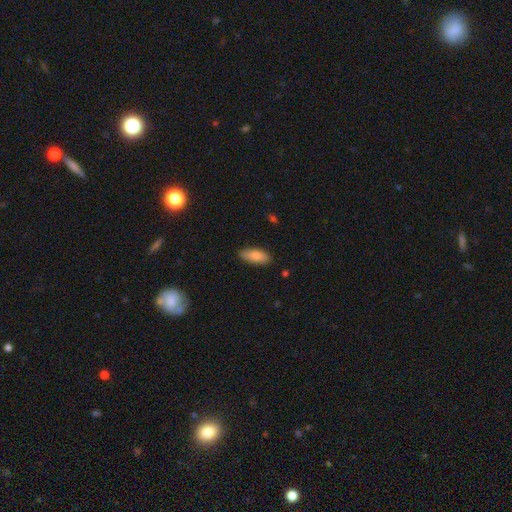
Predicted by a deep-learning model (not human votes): Morphology: type=smooth (83%); roundness=in between (76%); merging=none (84%).